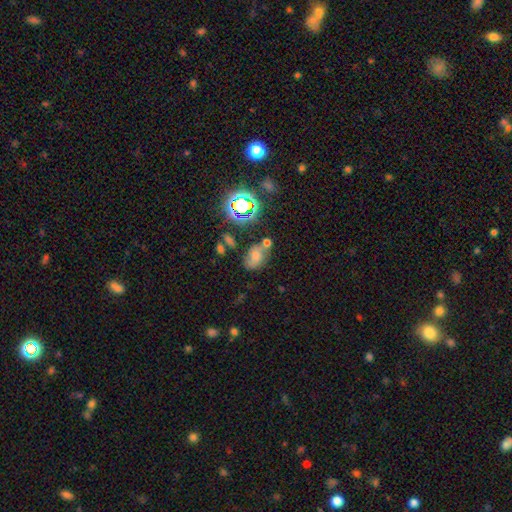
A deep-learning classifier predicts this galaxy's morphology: type=smooth (51%); roundness=in between (77%); merging=none (49%).